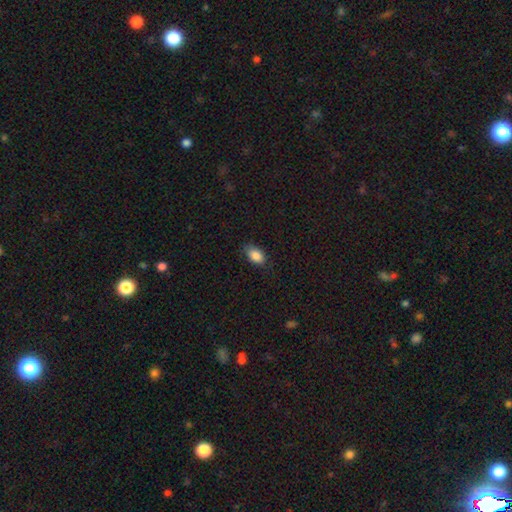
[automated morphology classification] type=smooth (87%); roundness=in between (90%); merging=none (80%).